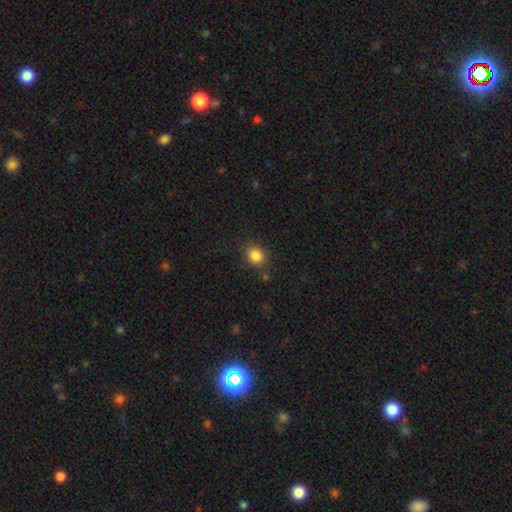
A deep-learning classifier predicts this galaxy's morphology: Smooth or featured?
  - smooth: 85% *
  - star or artifact: 11%
  - featured or disk: 4%
How rounded?
  - round: 73% *
  - in between: 26%
  - cigar-shaped: 1%
Merging?
  - none: 85% *
  - minor disturbance: 9%
  - major disturbance: 3%
  - merger: 2%